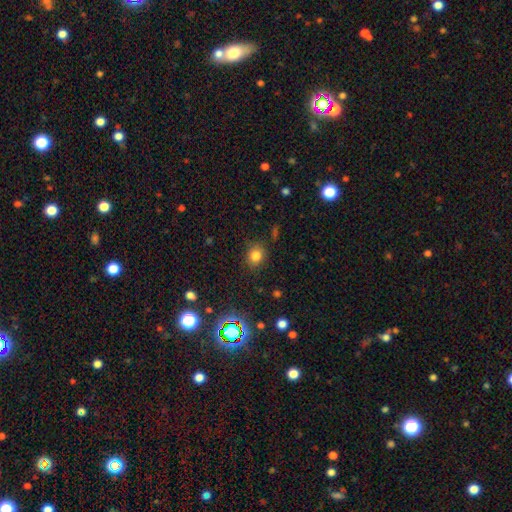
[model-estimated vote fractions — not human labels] Smooth or featured? smooth (78%)
How rounded? round (70%)
Merging? none (83%)